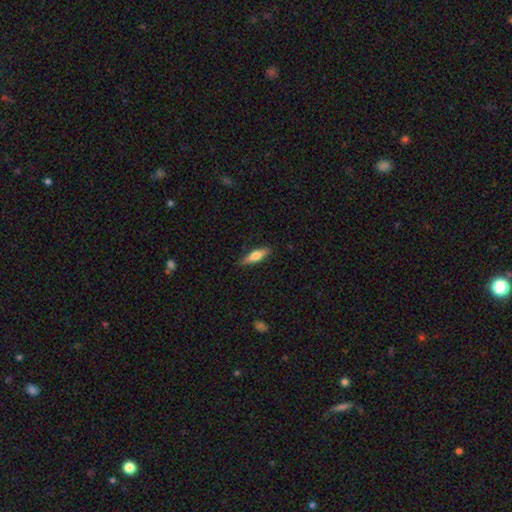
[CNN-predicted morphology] This appears to be a smooth galaxy with no disk features (63%) that is cigar-shaped (60%). Merging: none (86%).